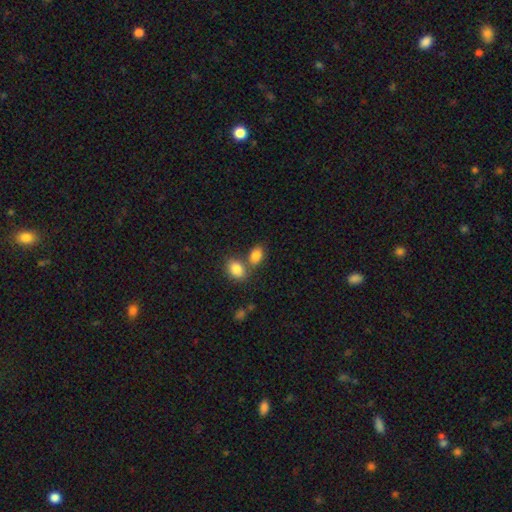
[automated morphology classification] Q: Smooth or featured?
A: smooth (84%); runner-up: star or artifact (9%)
Q: How rounded?
A: in between (82%); runner-up: round (17%)
Q: Merging?
A: none (48%); runner-up: merger (39%)